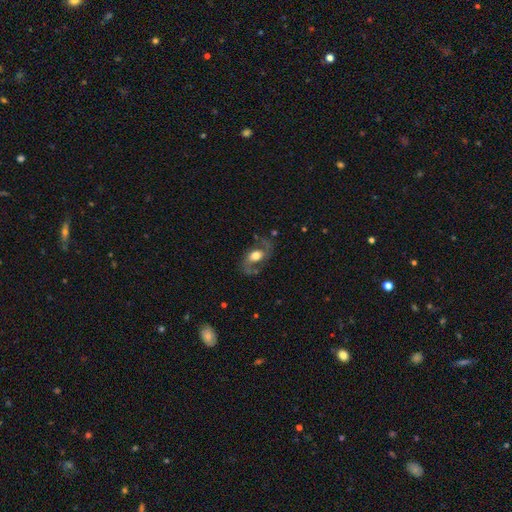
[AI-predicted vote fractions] Overall: featured or disk (73%). Edge-on disk: no (95%). Bar: no (57%; weak 32%). Spiral arms: yes (86%). Spiral arm count: 2 (90%). Spiral winding: loose (45%; medium 44%). Bulge size: moderate (51%; large 38%). Merging: none (68%).